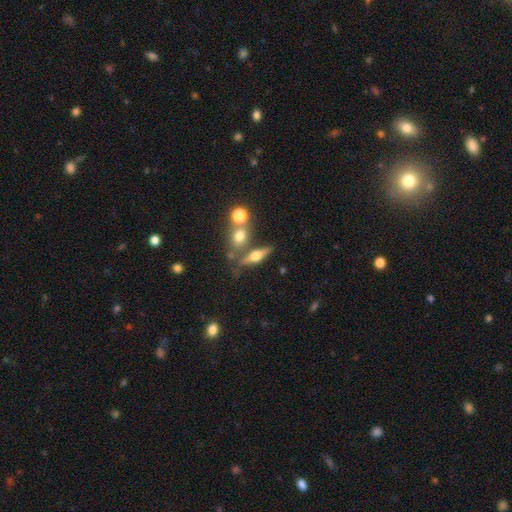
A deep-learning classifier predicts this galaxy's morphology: smooth-or-featured: featured or disk: 53% | smooth: 37% | star or artifact: 10%
  disk-edge-on: yes: 85% | no: 15%
  merging: none: 58% | merger: 24% | minor disturbance: 13% | major disturbance: 6%